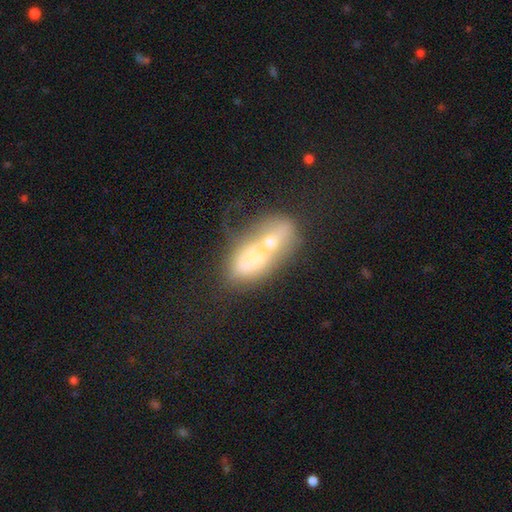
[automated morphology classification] Smooth or featured: smooth — 48% (featured or disk — 41%)
Merging: merger — 75% (none — 11%)